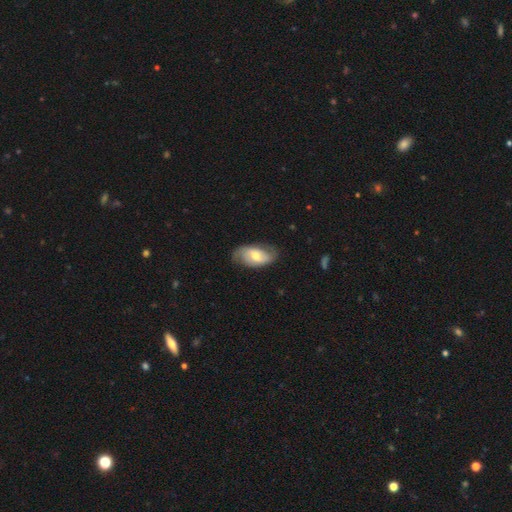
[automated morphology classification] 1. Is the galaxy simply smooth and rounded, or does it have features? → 51% featured or disk, 43% smooth, 6% star or artifact.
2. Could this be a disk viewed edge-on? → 93% no, 7% yes.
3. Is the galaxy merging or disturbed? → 68% none, 23% minor disturbance, 7% major disturbance, 1% merger.